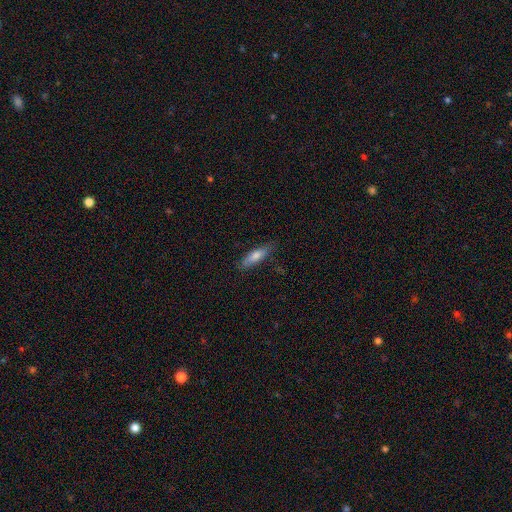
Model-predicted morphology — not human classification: Overall: smooth (67%). How rounded: cigar-shaped (68%; in between 30%). Merging: none (82%).